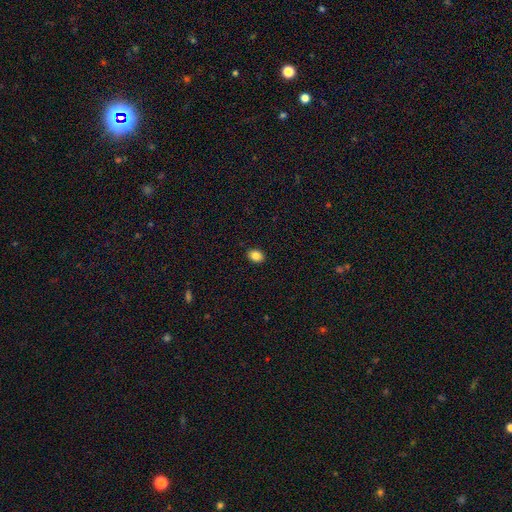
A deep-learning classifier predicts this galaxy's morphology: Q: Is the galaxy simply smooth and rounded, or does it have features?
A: smooth — 86%.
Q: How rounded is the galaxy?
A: in between — 69%.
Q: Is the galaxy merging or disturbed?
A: none — 90%.